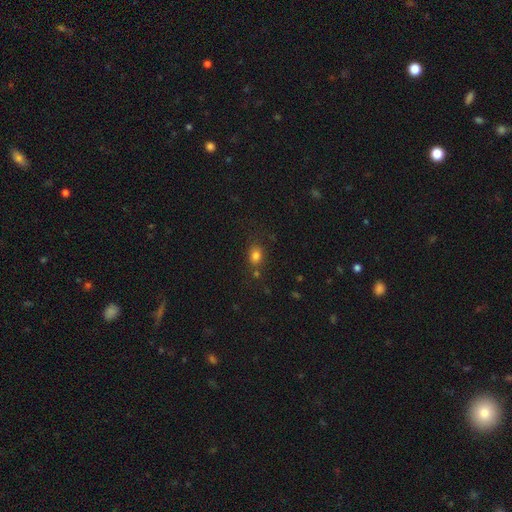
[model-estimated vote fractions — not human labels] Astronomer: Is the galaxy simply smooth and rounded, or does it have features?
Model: smooth — 79%.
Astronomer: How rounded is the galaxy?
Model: in between — 61% (runner-up: round, 38%).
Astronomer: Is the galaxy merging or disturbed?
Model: none — 73%.